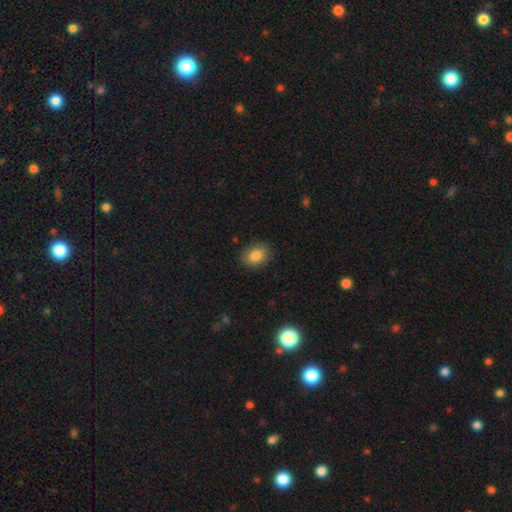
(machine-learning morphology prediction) Q: Smooth or featured?
A: smooth (85%); runner-up: star or artifact (8%)
Q: How rounded?
A: in between (64%); runner-up: round (34%)
Q: Merging?
A: none (86%); runner-up: minor disturbance (11%)